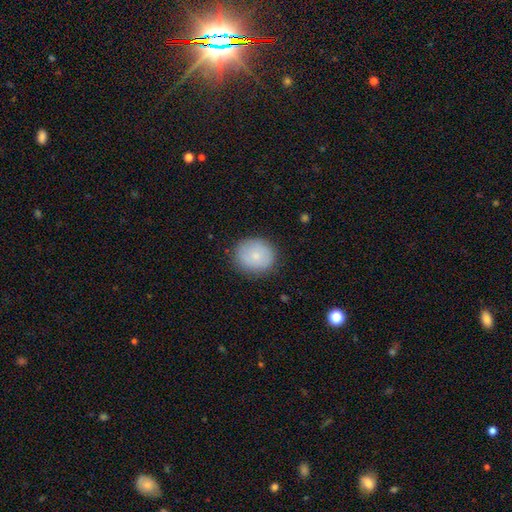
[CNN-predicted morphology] Overall: smooth (77%). How rounded: round (80%). Merging: none (84%).